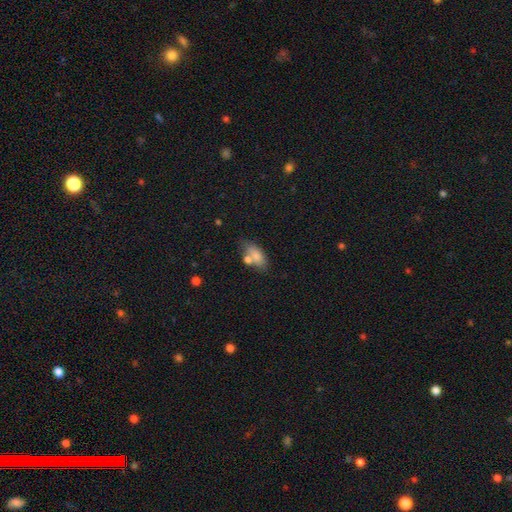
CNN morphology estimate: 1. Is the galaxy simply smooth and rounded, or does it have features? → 77% smooth, 15% featured or disk, 9% star or artifact.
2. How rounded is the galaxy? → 85% in between, 10% cigar-shaped, 5% round.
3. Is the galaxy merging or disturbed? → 53% none, 23% merger, 18% minor disturbance, 6% major disturbance.